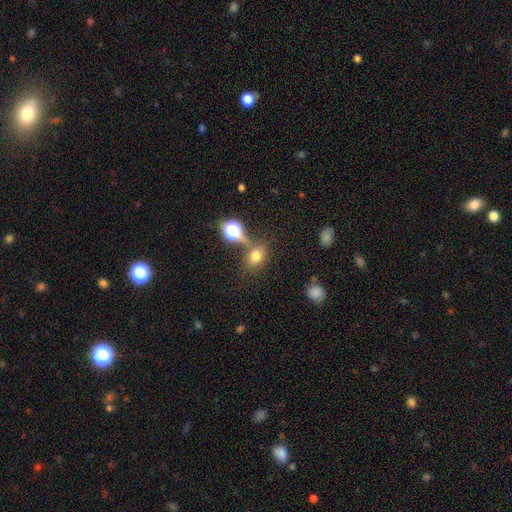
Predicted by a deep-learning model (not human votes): Smooth or featured: smooth — 72% (star or artifact — 18%)
How rounded: in between — 62% (round — 36%)
Merging: none — 57% (merger — 20%)